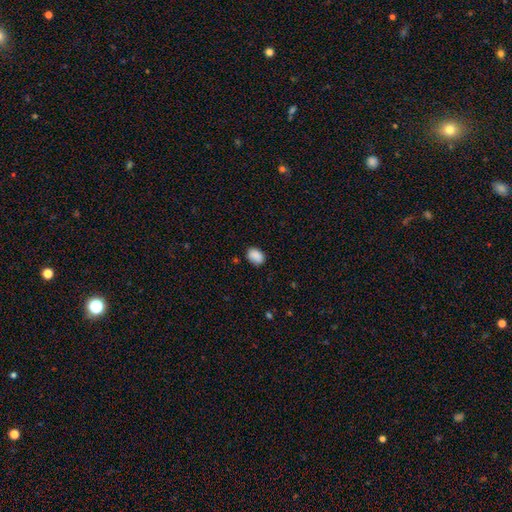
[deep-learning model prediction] A smooth galaxy with no disk features (88%) that is in between round and cigar-shaped (75%). Merging: none (80%).